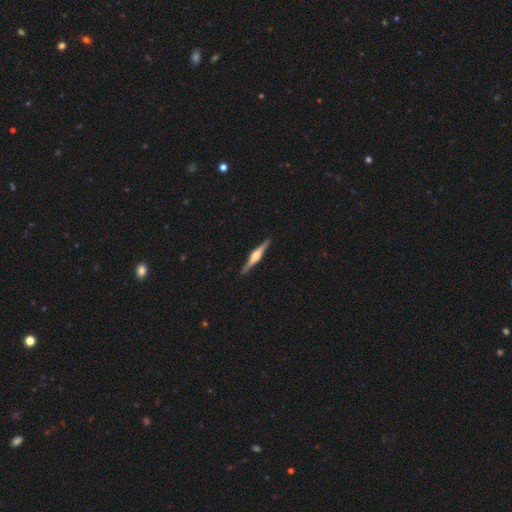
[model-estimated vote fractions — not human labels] The model was most divided on "smooth or featured": featured or disk: 79%, smooth: 16%, star or artifact: 5%. More confident: edge-on disk — yes (98%); merging — none (92%); edge-on bulge — rounded (81%).